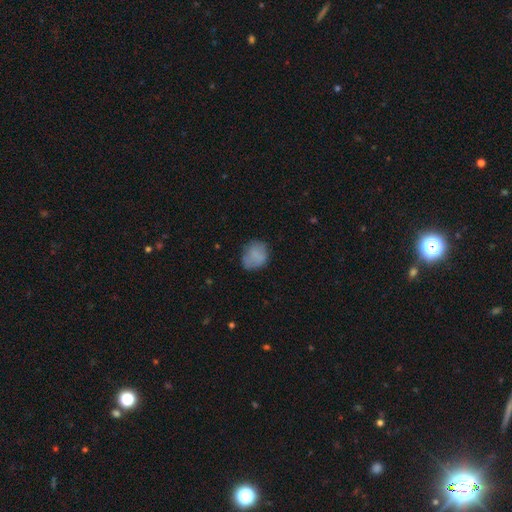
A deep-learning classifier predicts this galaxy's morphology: Overall: smooth (79%). How rounded: round (64%; in between 35%). Merging: none (63%; minor disturbance 26%).